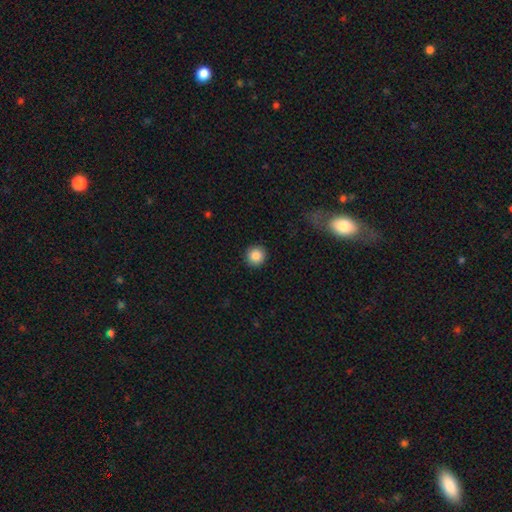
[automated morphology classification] Q: Smooth or featured?
A: smooth (87%); runner-up: star or artifact (9%)
Q: How rounded?
A: round (94%); runner-up: in between (5%)
Q: Merging?
A: none (92%); runner-up: minor disturbance (5%)